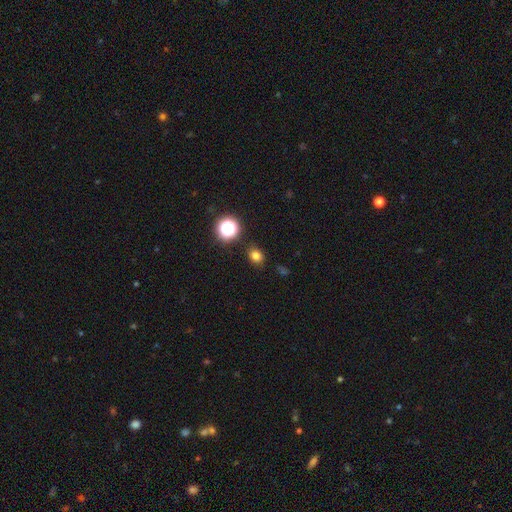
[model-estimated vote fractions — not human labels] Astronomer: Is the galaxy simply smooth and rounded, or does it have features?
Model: smooth — 77%.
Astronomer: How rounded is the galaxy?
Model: round — 58% (runner-up: in between, 41%).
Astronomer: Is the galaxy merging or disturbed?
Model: none — 85%.